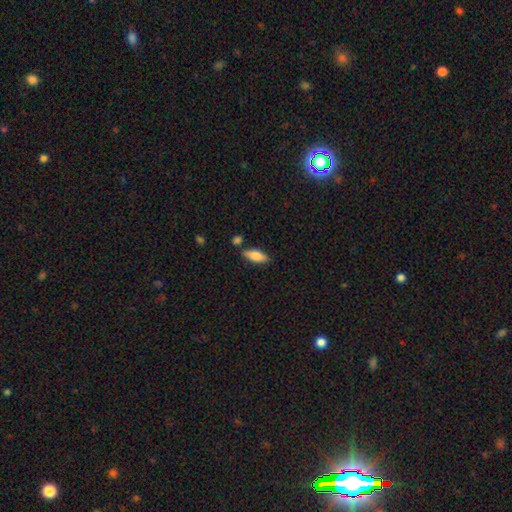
Smooth or featured: smooth — 69% (featured or disk — 21%)
How rounded: in between — 85% (cigar-shaped — 15%)
Merging: none — 77% (minor disturbance — 9%)